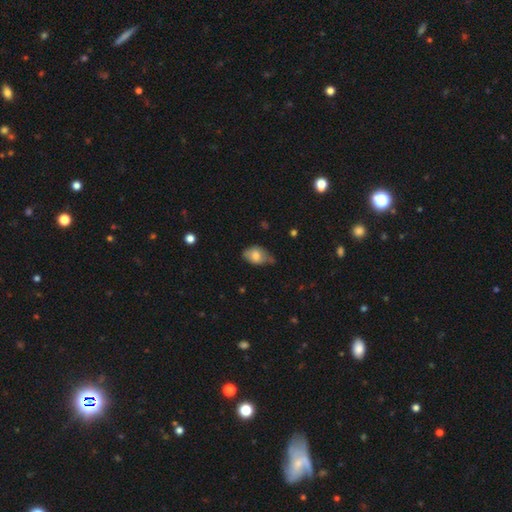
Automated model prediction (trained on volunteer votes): The model was most divided on "merging": minor disturbance: 44%, none: 42%, major disturbance: 11%, merger: 3%. More confident: how rounded — in between (84%); smooth or featured — smooth (75%).